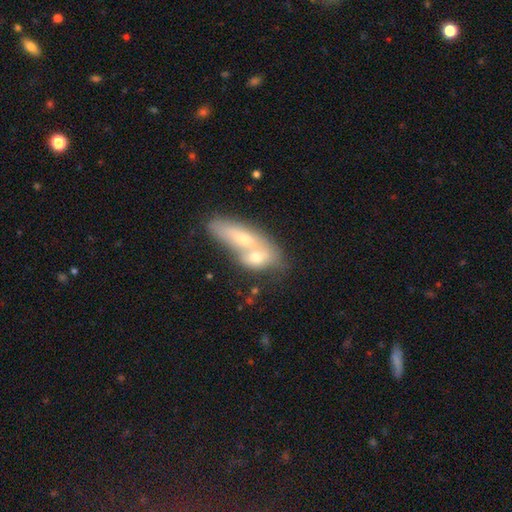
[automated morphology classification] Smooth or featured? smooth (56%)
How rounded? in between (60%)
Merging? merger (73%)